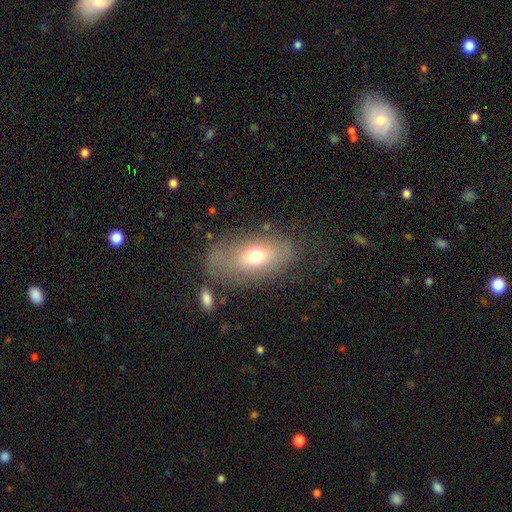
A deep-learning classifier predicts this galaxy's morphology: Smooth or featured? smooth (62%)
How rounded? in between (86%)
Merging? none (58%)